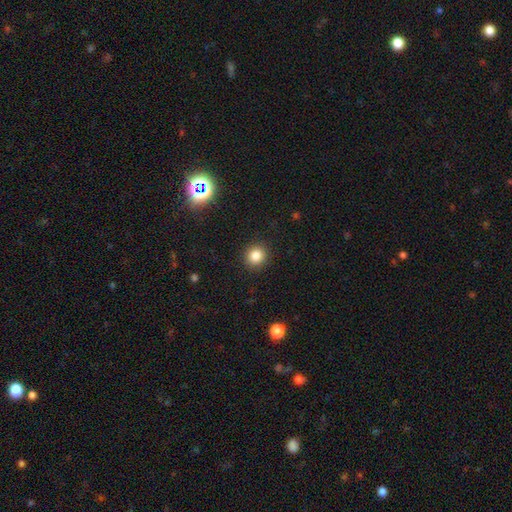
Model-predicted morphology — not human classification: smooth-or-featured: smooth: 84% | star or artifact: 11% | featured or disk: 4%
  how-rounded: round: 88% | in between: 11% | cigar-shaped: 1%
  merging: none: 91% | minor disturbance: 6% | major disturbance: 2% | merger: 1%